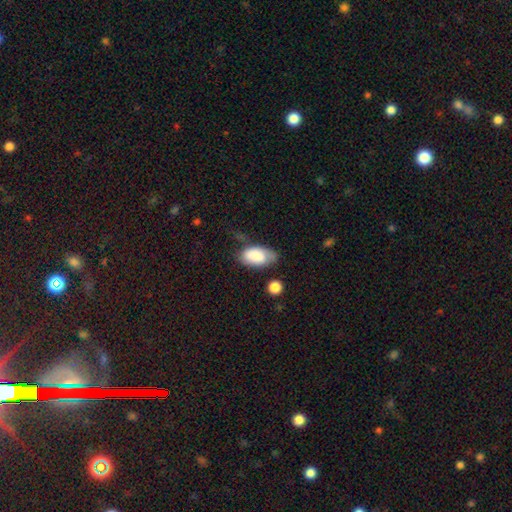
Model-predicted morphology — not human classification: This is clearly a smooth galaxy (81%). How rounded: clearly in between (94%). Merging: possibly none (50%).